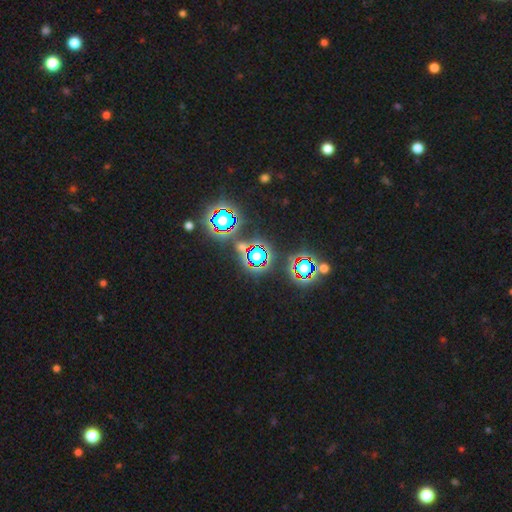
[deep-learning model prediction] Smooth or featured?
  - star or artifact: 69% *
  - smooth: 18%
  - featured or disk: 13%